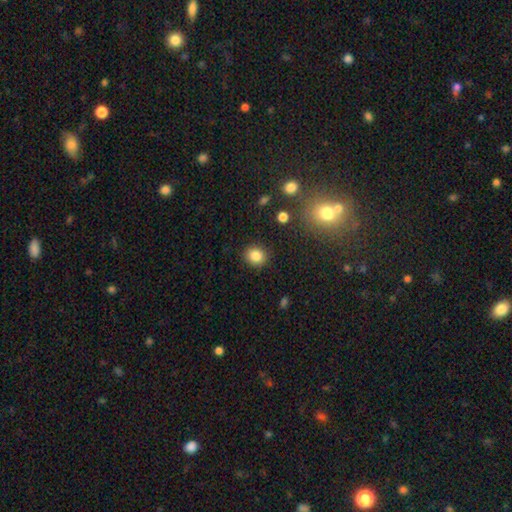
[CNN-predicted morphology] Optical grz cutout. It shows a smooth galaxy with no disk features (84%) that is round (73%). Merging: none (88%).